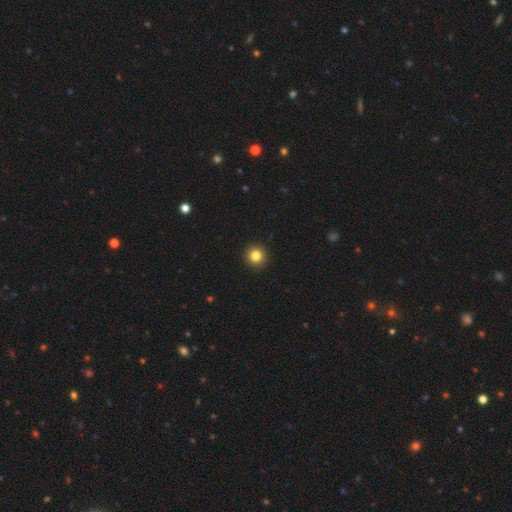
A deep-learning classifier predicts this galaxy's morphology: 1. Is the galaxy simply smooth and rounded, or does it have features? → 83% smooth, 11% star or artifact, 5% featured or disk.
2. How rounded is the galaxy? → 95% round, 4% in between, 1% cigar-shaped.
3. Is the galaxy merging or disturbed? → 94% none, 4% minor disturbance, 1% major disturbance, 1% merger.